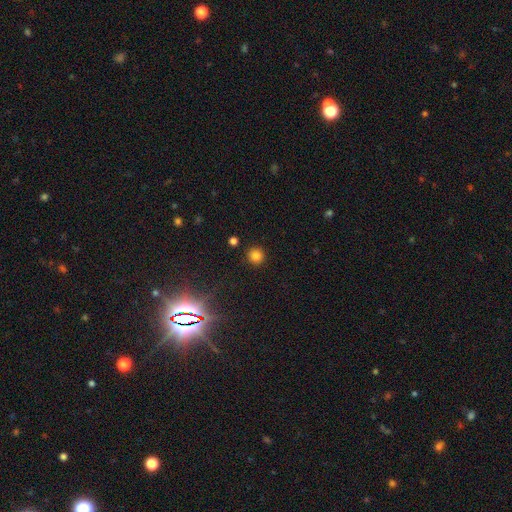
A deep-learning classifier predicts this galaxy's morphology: type=smooth (80%); roundness=round (95%); merging=none (90%).